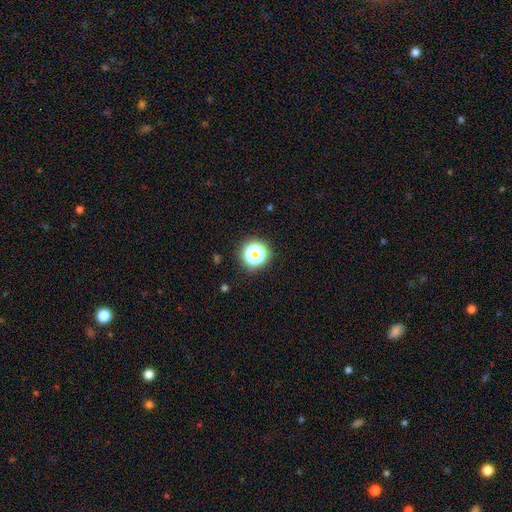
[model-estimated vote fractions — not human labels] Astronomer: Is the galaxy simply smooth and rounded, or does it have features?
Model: star or artifact — 54% (runner-up: smooth, 35%).